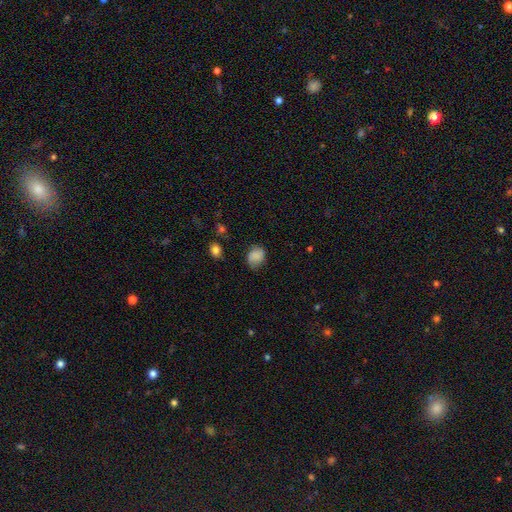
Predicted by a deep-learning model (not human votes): smooth 75%, featured or disk 15%, star or artifact 10%. Down the decision tree: how rounded — in between (51%); merging — none (65%).